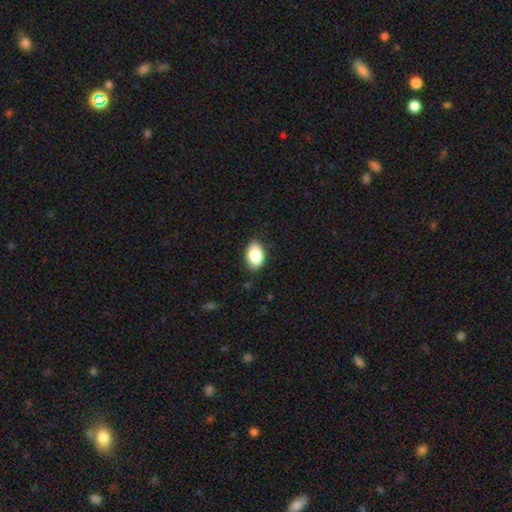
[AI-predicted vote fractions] The model was most divided on "merging": none: 82%, minor disturbance: 15%, major disturbance: 3%, merger: 1%. More confident: how rounded — in between (88%); smooth or featured — smooth (86%).